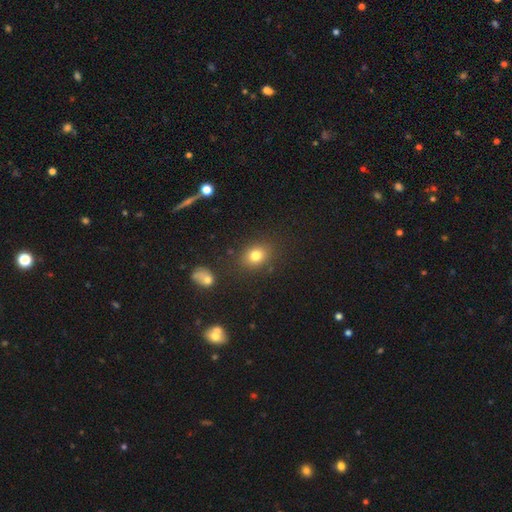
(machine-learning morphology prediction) type=smooth (79%); roundness=round (54%); merging=none (81%).